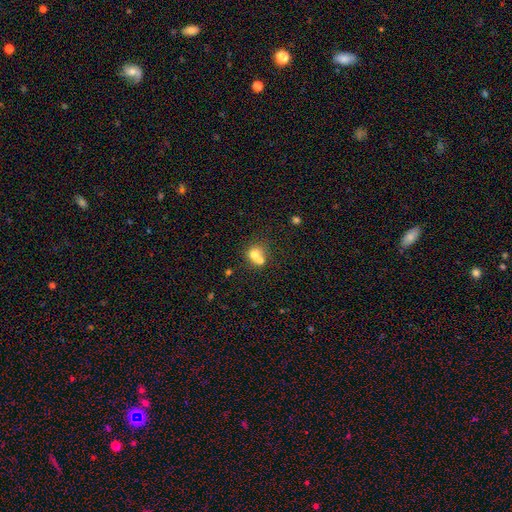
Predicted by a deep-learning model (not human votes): Smooth or featured? Predicted: smooth (p=0.69). How rounded? Predicted: round (p=0.75). Merging? Predicted: merger (p=0.62).